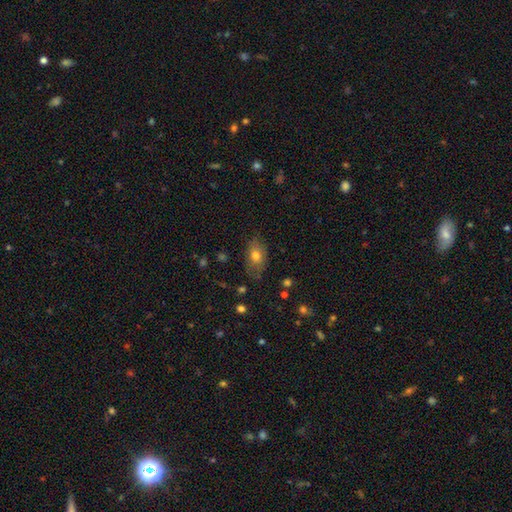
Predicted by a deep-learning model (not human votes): Q: Smooth or featured?
A: smooth (73%); runner-up: featured or disk (17%)
Q: How rounded?
A: in between (84%); runner-up: round (13%)
Q: Merging?
A: none (71%); runner-up: minor disturbance (21%)